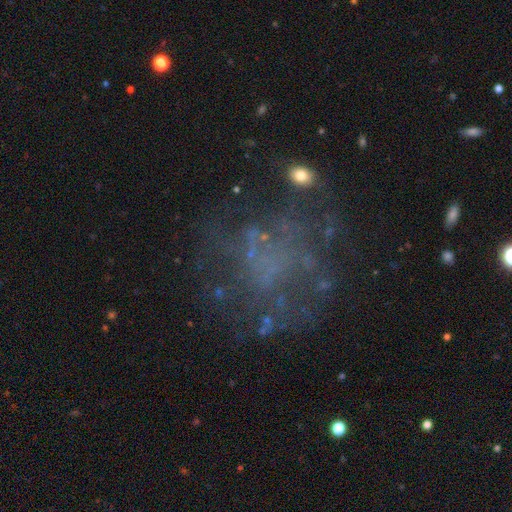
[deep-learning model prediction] Q: Smooth or featured?
A: featured or disk (54%); runner-up: star or artifact (25%)
Q: Edge-on disk?
A: no (98%); runner-up: yes (2%)
Q: Bar?
A: no (91%); runner-up: weak (7%)
Q: Spiral arms?
A: no (81%); runner-up: yes (19%)
Q: Bulge size?
A: none (79%); runner-up: small (11%)
Q: Merging?
A: none (59%); runner-up: major disturbance (22%)